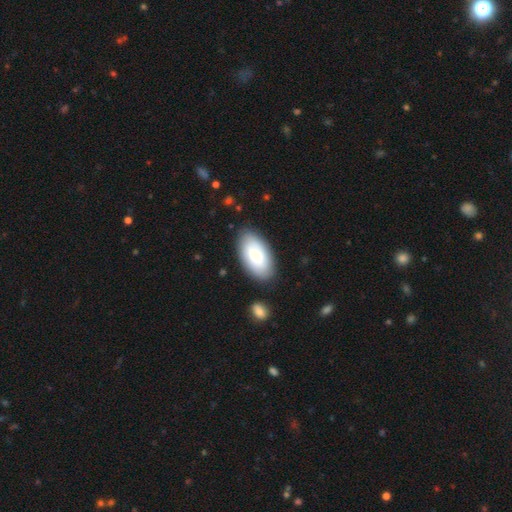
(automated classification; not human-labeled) Smooth or featured?
  - smooth: 65% *
  - featured or disk: 29%
  - star or artifact: 6%
How rounded?
  - in between: 94% *
  - round: 4%
  - cigar-shaped: 2%
Merging?
  - none: 83% *
  - minor disturbance: 12%
  - major disturbance: 3%
  - merger: 3%